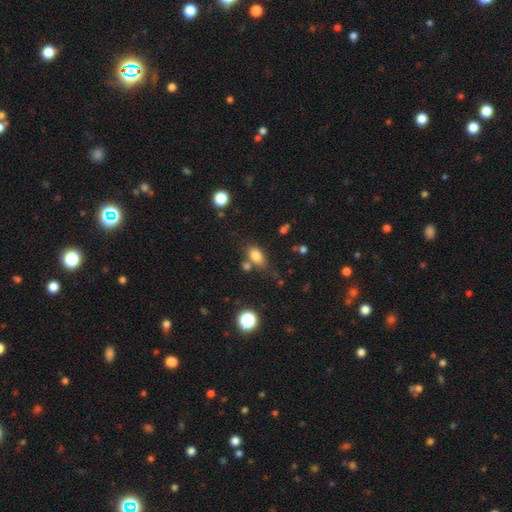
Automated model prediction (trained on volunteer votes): Q: Smooth or featured?
A: smooth (80%); runner-up: star or artifact (11%)
Q: How rounded?
A: in between (84%); runner-up: round (12%)
Q: Merging?
A: none (60%); runner-up: merger (18%)